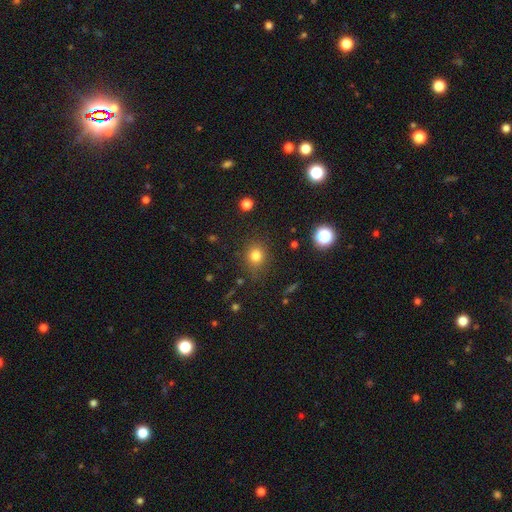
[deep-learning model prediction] Q: Smooth or featured?
A: smooth (78%); runner-up: star or artifact (15%)
Q: How rounded?
A: round (72%); runner-up: in between (27%)
Q: Merging?
A: none (81%); runner-up: minor disturbance (12%)